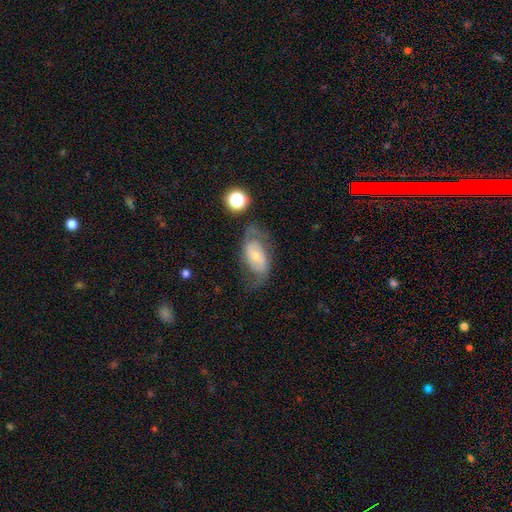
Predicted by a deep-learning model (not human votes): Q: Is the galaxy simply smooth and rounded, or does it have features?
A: featured or disk — 63%.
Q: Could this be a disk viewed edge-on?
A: no — 94%.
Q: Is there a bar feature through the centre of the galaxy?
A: no — 55%.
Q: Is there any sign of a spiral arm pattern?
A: yes — 81%.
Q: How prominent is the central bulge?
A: small — 56%.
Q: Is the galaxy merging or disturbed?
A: none — 52%.